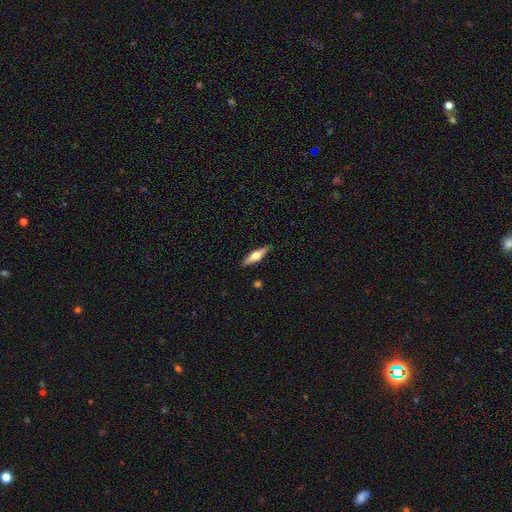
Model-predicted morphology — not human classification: smooth-or-featured: featured or disk: 53% | smooth: 41% | star or artifact: 6%
  disk-edge-on: yes: 95% | no: 5%
    edge-on-bulge: rounded: 91% | boxy: 6% | none: 3%
  merging: none: 88% | minor disturbance: 9% | major disturbance: 2% | merger: 1%